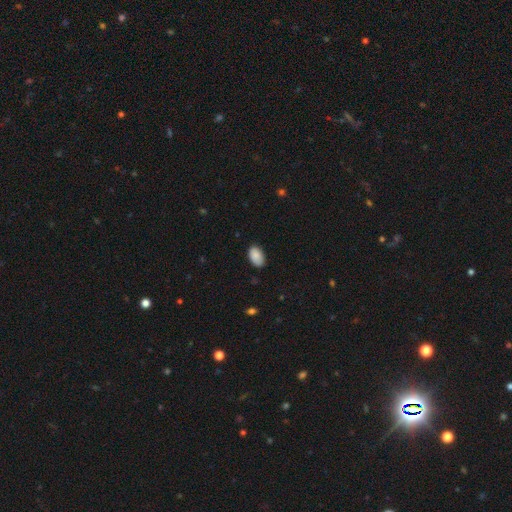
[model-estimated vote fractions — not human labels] Smooth or featured? smooth (87%)
How rounded? in between (93%)
Merging? none (82%)